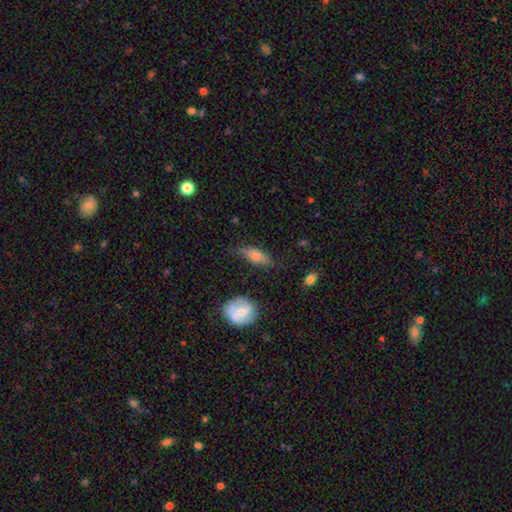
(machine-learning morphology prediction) smooth 56%, featured or disk 36%, star or artifact 8%. Down the decision tree: how rounded — in between (60%); merging — none (63%).